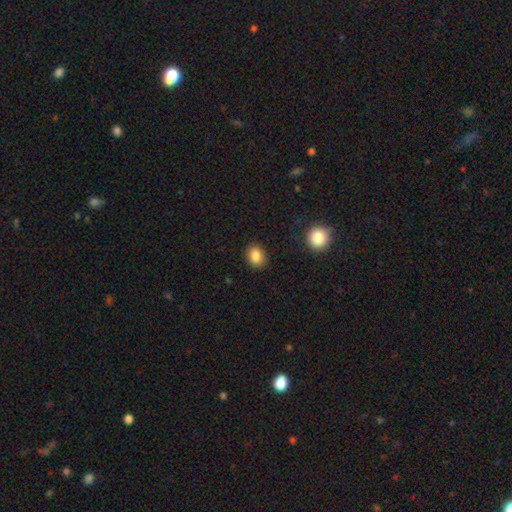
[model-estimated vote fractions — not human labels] Smooth or featured?
  - smooth: 86% *
  - star or artifact: 9%
  - featured or disk: 5%
How rounded?
  - in between: 52% *
  - round: 47%
  - cigar-shaped: 1%
Merging?
  - none: 89% *
  - minor disturbance: 8%
  - major disturbance: 2%
  - merger: 1%